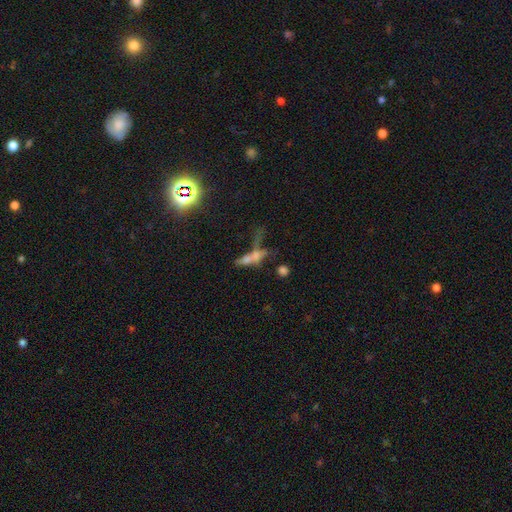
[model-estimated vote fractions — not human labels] smooth-or-featured: smooth: 44% | featured or disk: 38% | star or artifact: 18%
  merging: merger: 44% | none: 25% | major disturbance: 20% | minor disturbance: 11%